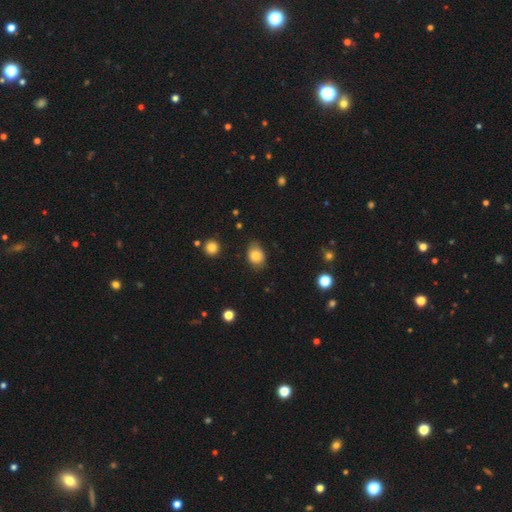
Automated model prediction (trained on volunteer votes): smooth 83%, star or artifact 10%, featured or disk 8%. Down the decision tree: how rounded — in between (58%); merging — none (72%).